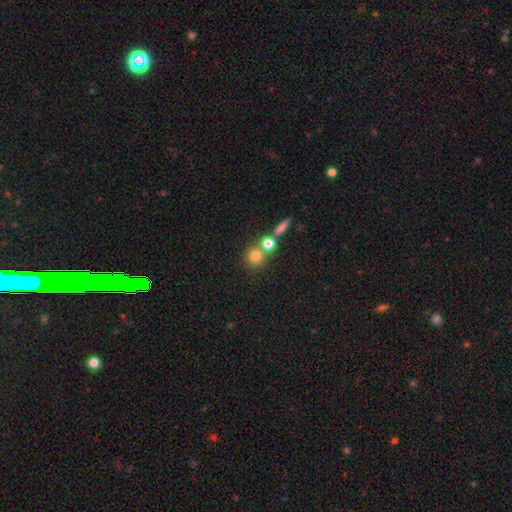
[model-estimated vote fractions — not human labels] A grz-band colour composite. It shows a smooth galaxy with no disk features (76%) that is round (87%). Merging: none (55%).